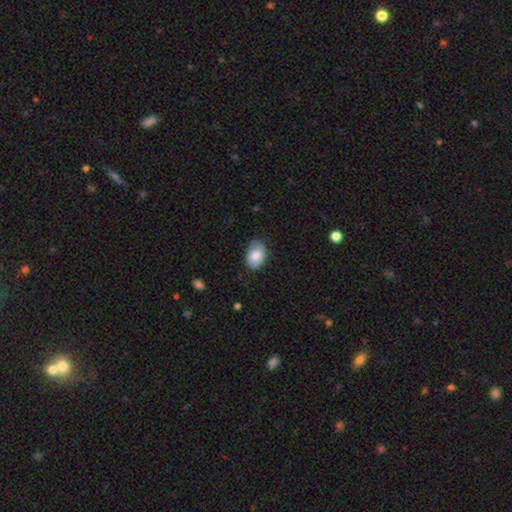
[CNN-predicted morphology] A smooth galaxy with no disk features (80%) that is in between round and cigar-shaped (83%).

Vote fractions:
- Smooth or featured? smooth: 80% / featured or disk: 13% / star or artifact: 7%
- How rounded? in between: 83% / round: 16% / cigar-shaped: 1%
- Merging? none: 76% / minor disturbance: 20% / major disturbance: 4% / merger: 1%